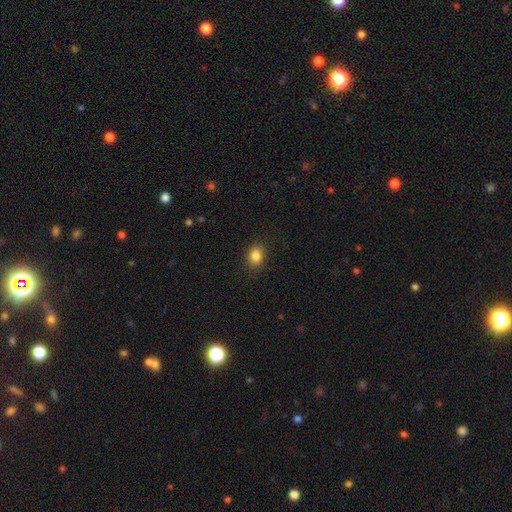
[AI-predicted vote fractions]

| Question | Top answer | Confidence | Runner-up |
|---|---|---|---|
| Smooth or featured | smooth | 85% | star or artifact (10%) |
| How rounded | in between | 54% | round (45%) |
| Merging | none | 88% | minor disturbance (8%) |